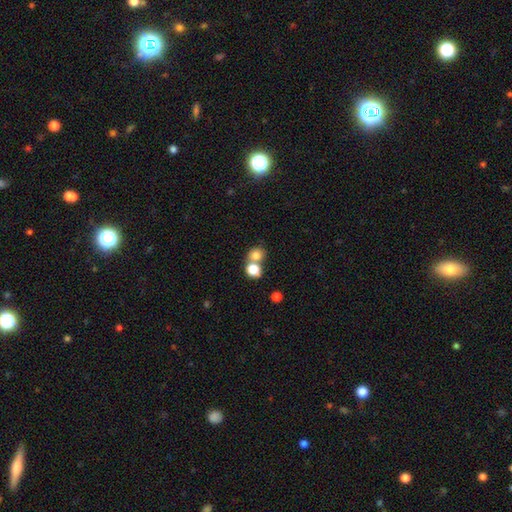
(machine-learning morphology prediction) Smooth or featured?
  - smooth: 79% *
  - star or artifact: 13%
  - featured or disk: 9%
How rounded?
  - round: 76% *
  - in between: 23%
  - cigar-shaped: 1%
Merging?
  - merger: 45% *
  - none: 44%
  - minor disturbance: 7%
  - major disturbance: 3%